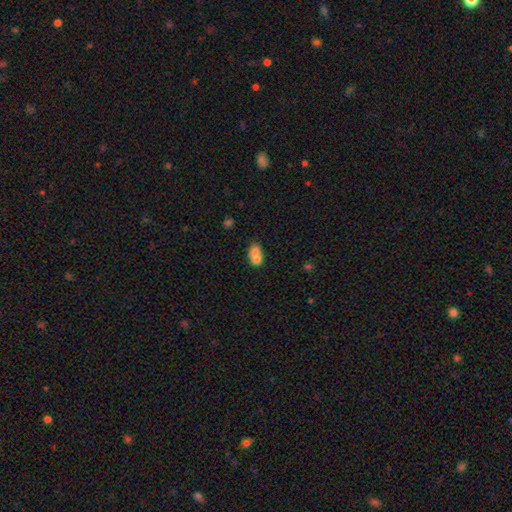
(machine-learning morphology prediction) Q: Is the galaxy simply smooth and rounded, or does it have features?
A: smooth — 70%.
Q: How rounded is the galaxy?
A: in between — 67%.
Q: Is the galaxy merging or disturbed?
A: merger — 60%.